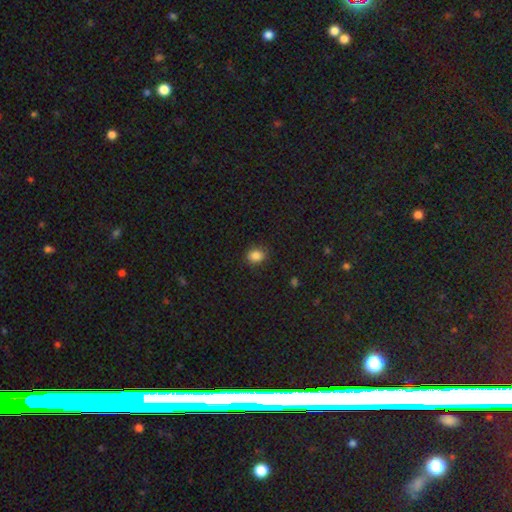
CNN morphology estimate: Overall: smooth (85%). How rounded: round (53%; in between 46%). Merging: none (86%).